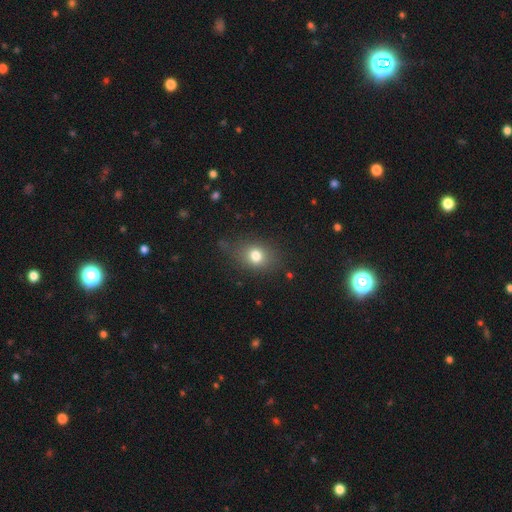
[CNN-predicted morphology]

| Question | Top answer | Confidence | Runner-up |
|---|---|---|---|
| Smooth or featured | smooth | 76% | star or artifact (12%) |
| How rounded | in between | 55% | round (44%) |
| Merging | none | 72% | minor disturbance (19%) |